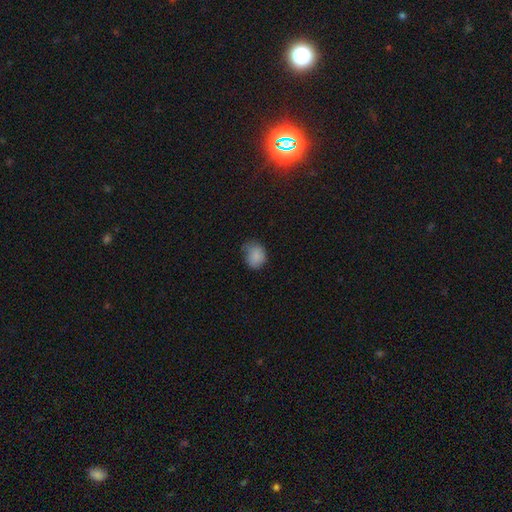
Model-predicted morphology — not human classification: smooth-or-featured: smooth: 85% | star or artifact: 9% | featured or disk: 6%
  how-rounded: round: 54% | in between: 46% | cigar-shaped: 1%
  merging: none: 53% | minor disturbance: 36% | major disturbance: 10% | merger: 2%